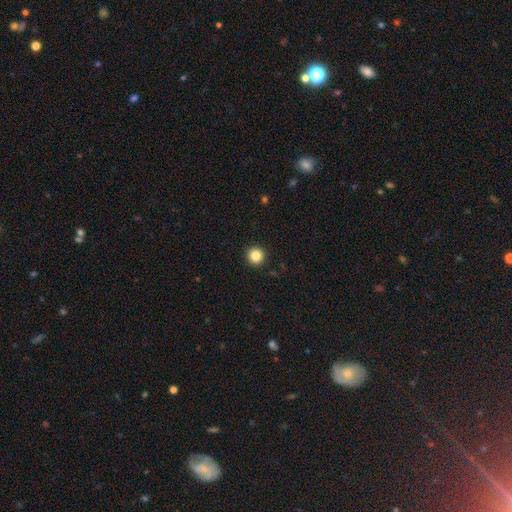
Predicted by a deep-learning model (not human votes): This appears to be a smooth galaxy with no disk features (85%) that is round (95%). Merging: none (93%).